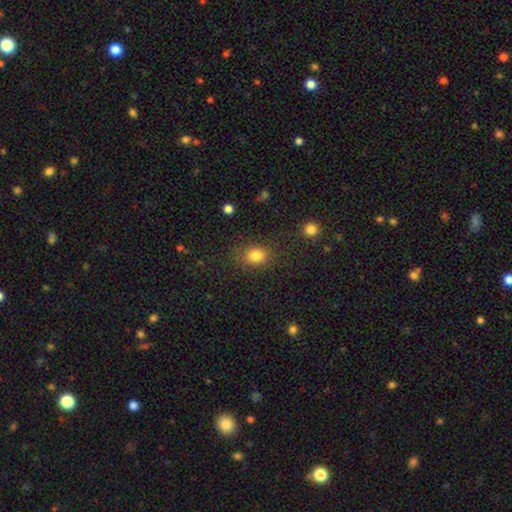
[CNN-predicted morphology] Smooth or featured? Predicted: smooth (p=0.83). How rounded? Predicted: in between (p=0.56). Merging? Predicted: none (p=0.81).